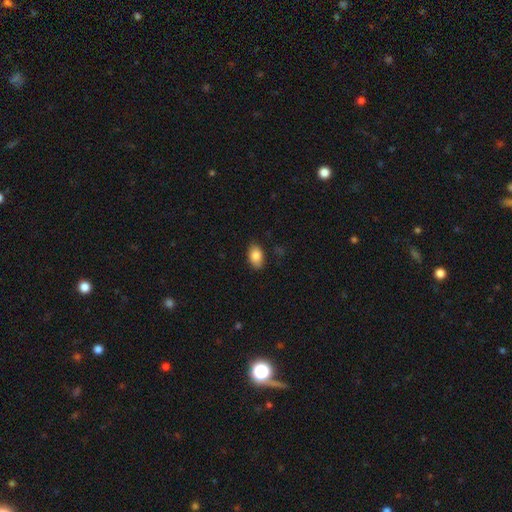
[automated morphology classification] Smooth or featured? smooth (86%)
How rounded? in between (90%)
Merging? none (85%)